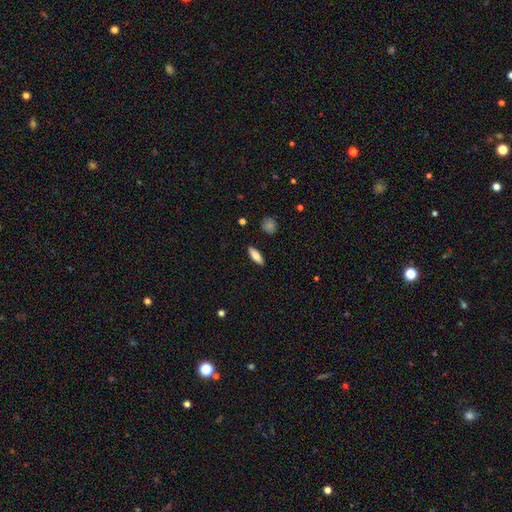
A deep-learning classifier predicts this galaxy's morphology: smooth-or-featured: smooth: 79% | featured or disk: 15% | star or artifact: 6%
  how-rounded: in between: 58% | cigar-shaped: 40% | round: 2%
  merging: none: 88% | minor disturbance: 8% | major disturbance: 2% | merger: 1%